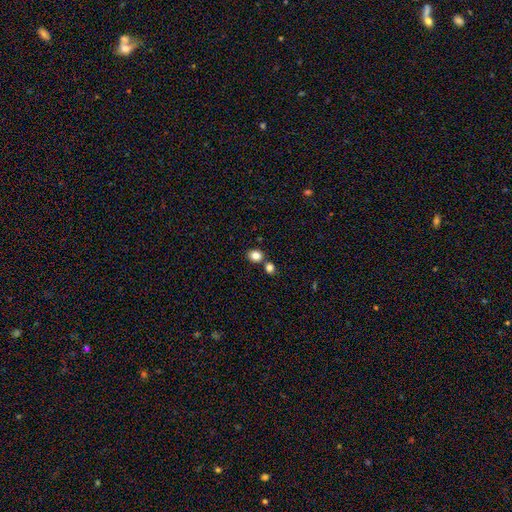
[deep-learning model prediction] A smooth galaxy with no disk features (83%) that is round (64%).

Vote fractions:
- Smooth or featured? smooth: 83% / star or artifact: 11% / featured or disk: 5%
- How rounded? round: 64% / in between: 35% / cigar-shaped: 1%
- Merging? none: 73% / merger: 16% / minor disturbance: 8% / major disturbance: 2%